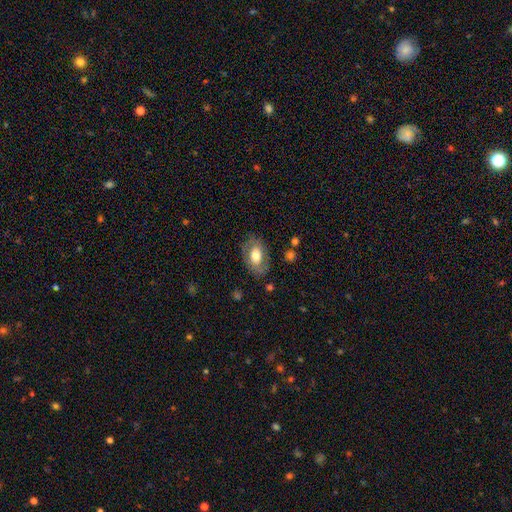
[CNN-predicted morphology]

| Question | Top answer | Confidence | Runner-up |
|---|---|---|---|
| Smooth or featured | smooth | 59% | featured or disk (34%) |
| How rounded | in between | 85% | round (14%) |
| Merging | none | 75% | minor disturbance (17%) |